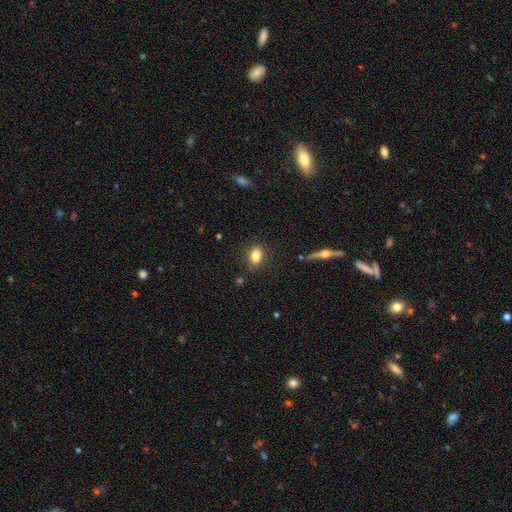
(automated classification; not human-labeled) This appears to be a smooth galaxy with no disk features (82%) that is in between round and cigar-shaped (78%). Merging: none (83%).